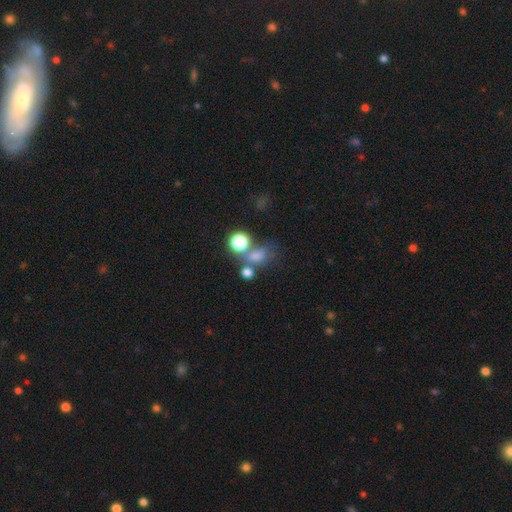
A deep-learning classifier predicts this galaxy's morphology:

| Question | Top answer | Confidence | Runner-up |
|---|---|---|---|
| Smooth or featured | smooth | 68% | star or artifact (21%) |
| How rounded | round | 54% | in between (44%) |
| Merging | none | 42% | merger (32%) |